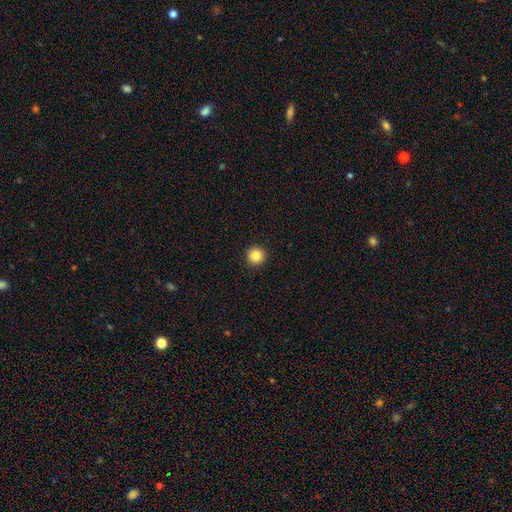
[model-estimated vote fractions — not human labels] smooth 85%, star or artifact 10%, featured or disk 4%. Down the decision tree: how rounded — round (96%); merging — none (94%).